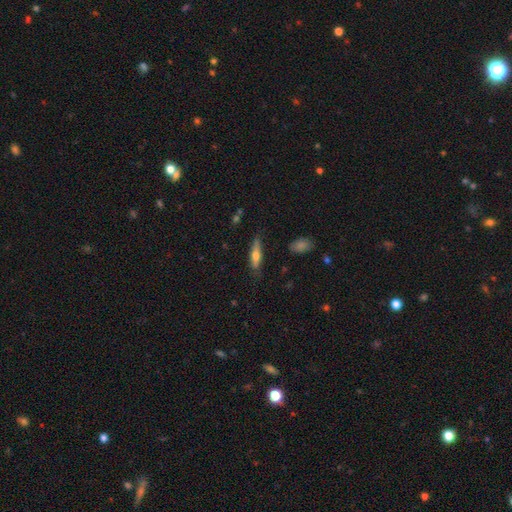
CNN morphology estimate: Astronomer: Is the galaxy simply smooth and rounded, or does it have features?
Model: smooth — 55% (runner-up: featured or disk, 38%).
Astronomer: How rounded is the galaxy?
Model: cigar-shaped — 65%.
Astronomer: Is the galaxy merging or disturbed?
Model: none — 75%.